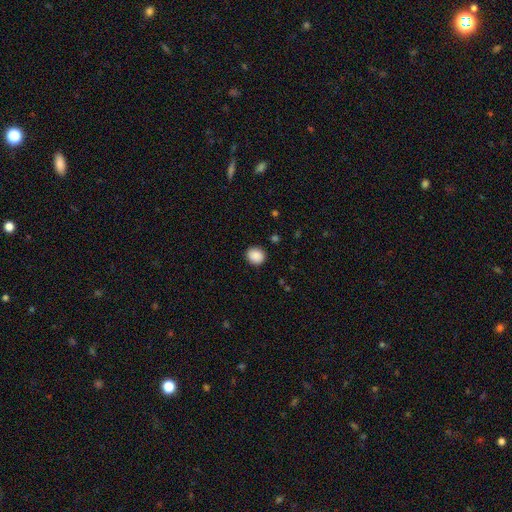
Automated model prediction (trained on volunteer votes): Overall: smooth (89%). How rounded: round (75%). Merging: none (90%).